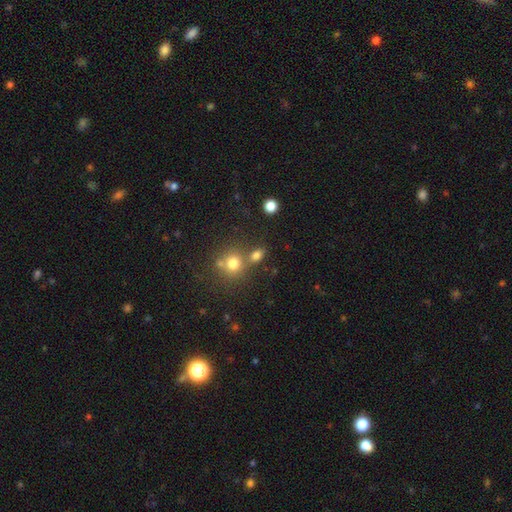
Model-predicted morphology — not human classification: This appears to be a smooth galaxy with no disk features (69%) that is round (74%). Merging: none (58%).